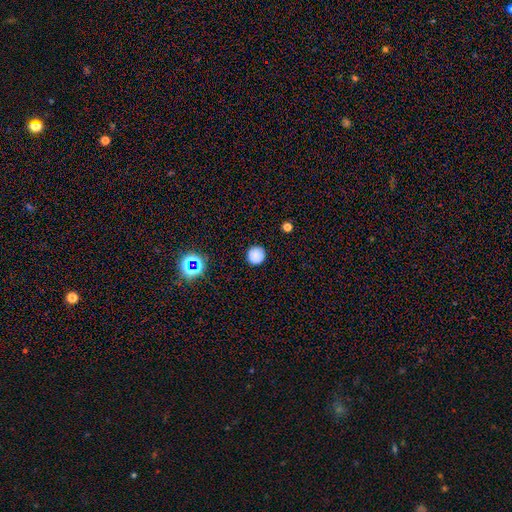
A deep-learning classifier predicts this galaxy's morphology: Q: Smooth or featured?
A: smooth (81%); runner-up: star or artifact (14%)
Q: How rounded?
A: round (94%); runner-up: in between (5%)
Q: Merging?
A: none (89%); runner-up: minor disturbance (8%)